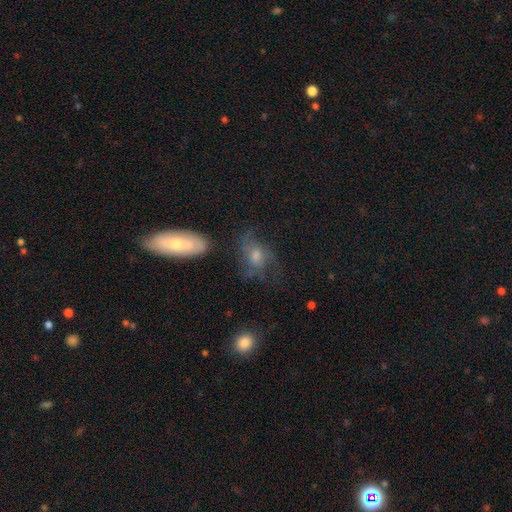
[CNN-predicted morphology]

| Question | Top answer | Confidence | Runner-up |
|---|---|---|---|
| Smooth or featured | featured or disk | 51% | smooth (34%) |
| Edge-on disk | no | 92% | yes (8%) |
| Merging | none | 52% | minor disturbance (22%) |